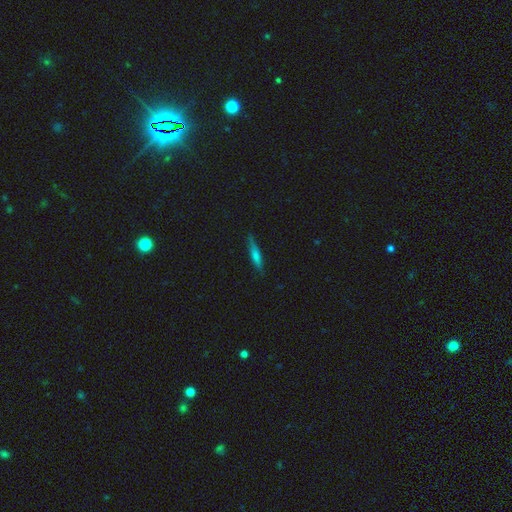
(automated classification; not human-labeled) A smooth galaxy with no disk features (46%).

Vote fractions:
- Smooth or featured? smooth: 46% / featured or disk: 44% / star or artifact: 10%
- Merging? none: 86% / minor disturbance: 11% / major disturbance: 2% / merger: 1%